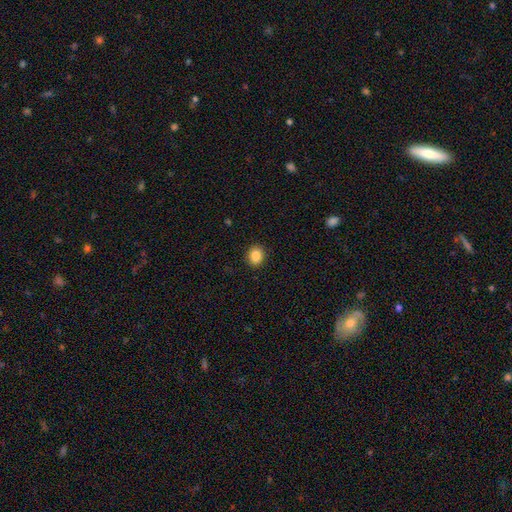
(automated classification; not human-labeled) This is clearly a smooth galaxy (87%). How rounded: likely round (62%). Merging: clearly none (90%).